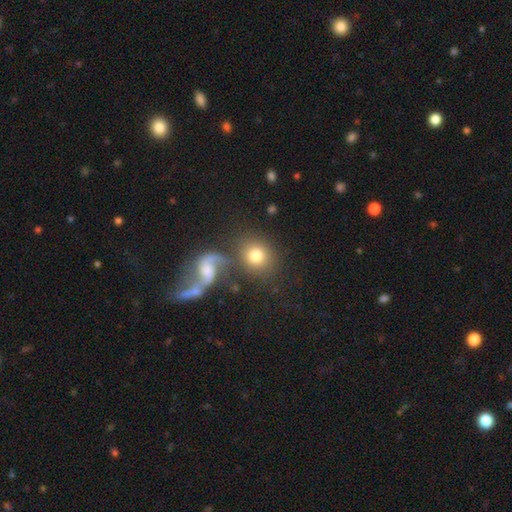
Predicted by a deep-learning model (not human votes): Overall: smooth (73%). How rounded: round (79%). Merging: none (65%).